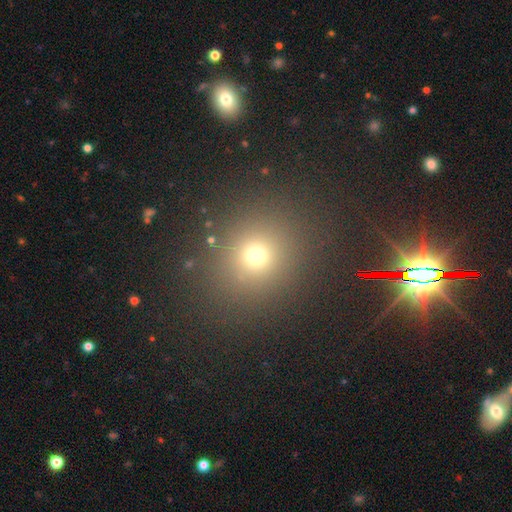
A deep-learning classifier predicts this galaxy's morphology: Smooth or featured? smooth (69%)
How rounded? round (80%)
Merging? none (85%)